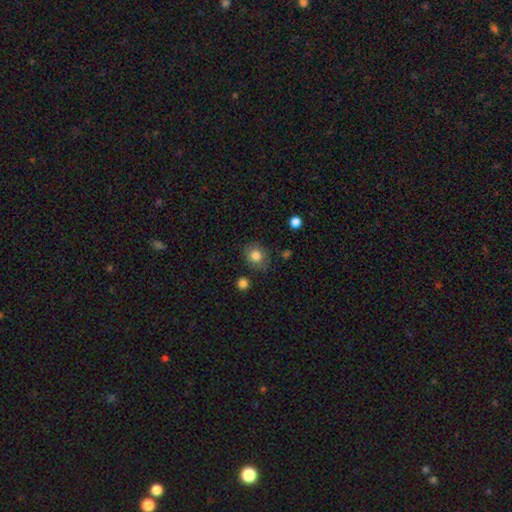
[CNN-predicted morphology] smooth-or-featured: smooth: 82% | star or artifact: 10% | featured or disk: 8%
  how-rounded: round: 70% | in between: 29% | cigar-shaped: 1%
  merging: none: 80% | minor disturbance: 14% | major disturbance: 4% | merger: 3%